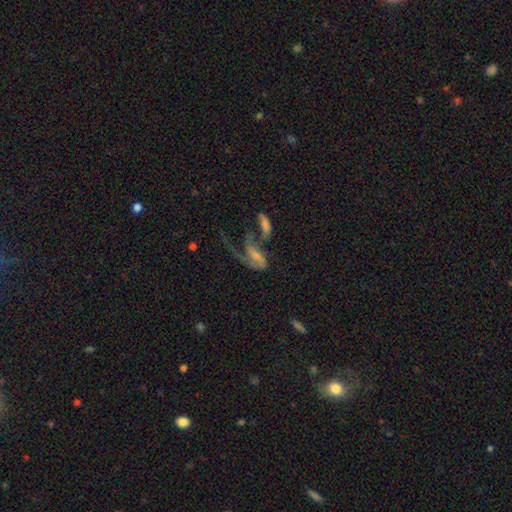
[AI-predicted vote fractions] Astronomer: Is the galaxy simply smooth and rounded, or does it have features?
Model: featured or disk — 63%.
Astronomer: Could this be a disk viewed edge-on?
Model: no — 95%.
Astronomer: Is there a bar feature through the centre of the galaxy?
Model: no — 51% (runner-up: weak, 36%).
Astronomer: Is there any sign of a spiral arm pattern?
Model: yes — 72%.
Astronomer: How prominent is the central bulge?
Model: small — 33% (runner-up: none, 31%).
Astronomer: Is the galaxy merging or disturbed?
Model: merger — 40% (runner-up: major disturbance, 38%).